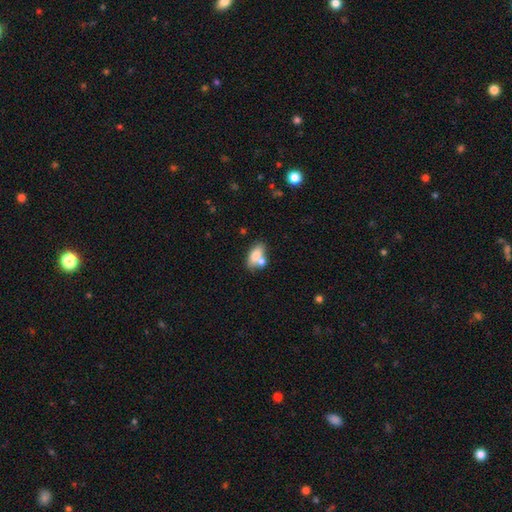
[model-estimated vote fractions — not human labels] A smooth galaxy with no disk features (76%) that is in between round and cigar-shaped (84%).

Vote fractions:
- Smooth or featured? smooth: 76% / featured or disk: 17% / star or artifact: 8%
- How rounded? in between: 84% / cigar-shaped: 10% / round: 6%
- Merging? none: 46% / merger: 33% / minor disturbance: 15% / major disturbance: 6%